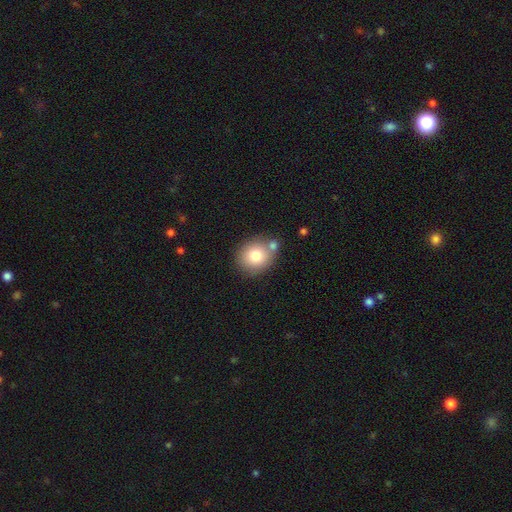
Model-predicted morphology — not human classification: Q: Smooth or featured?
A: smooth (79%); runner-up: featured or disk (12%)
Q: How rounded?
A: round (77%); runner-up: in between (22%)
Q: Merging?
A: none (63%); runner-up: merger (21%)